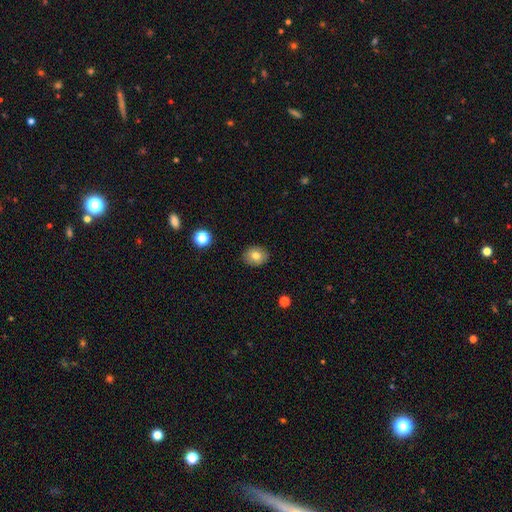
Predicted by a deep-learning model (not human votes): A smooth galaxy with no disk features (77%) that is round (57%).

Vote fractions:
- Smooth or featured? smooth: 77% / featured or disk: 13% / star or artifact: 10%
- How rounded? round: 57% / in between: 42% / cigar-shaped: 1%
- Merging? none: 88% / minor disturbance: 8% / major disturbance: 2% / merger: 1%